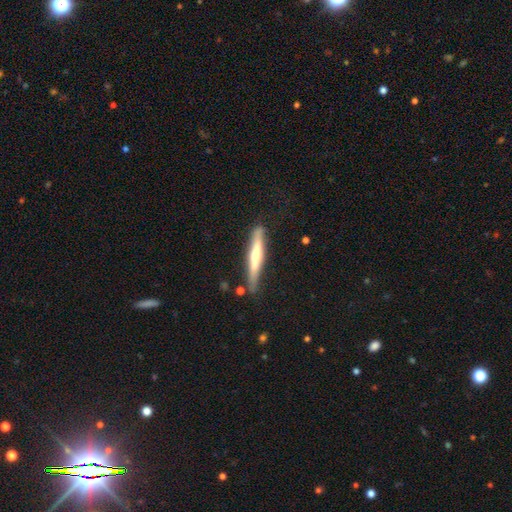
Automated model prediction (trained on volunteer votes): A featured or disk galaxy (49%). Merging: none (78%).